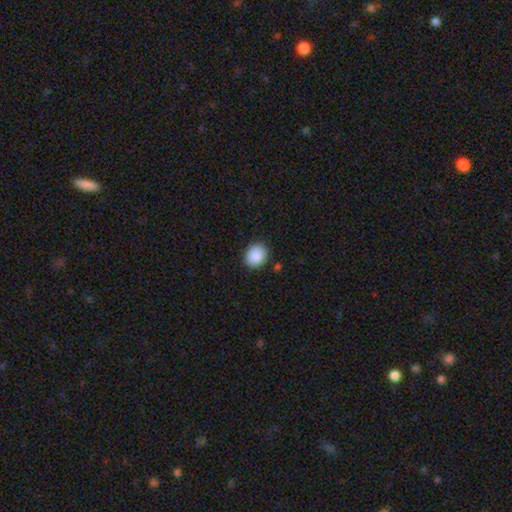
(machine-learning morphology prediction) Smooth or featured: smooth — 90% (star or artifact — 7%)
How rounded: round — 65% (in between — 34%)
Merging: none — 88% (minor disturbance — 8%)